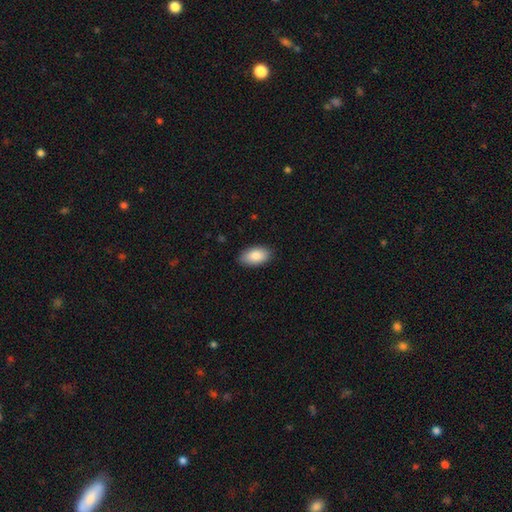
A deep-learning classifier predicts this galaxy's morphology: This appears to be a smooth galaxy with no disk features (87%) that is in between round and cigar-shaped (95%). Merging: none (87%).